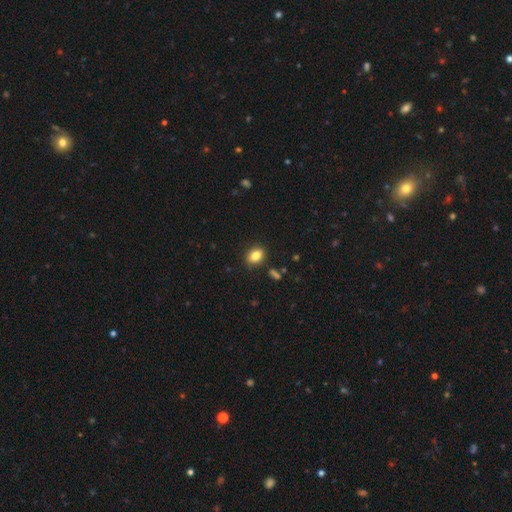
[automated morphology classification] The model was most divided on "how rounded": in between: 73%, round: 25%, cigar-shaped: 2%. More confident: merging — none (86%); smooth or featured — smooth (83%).